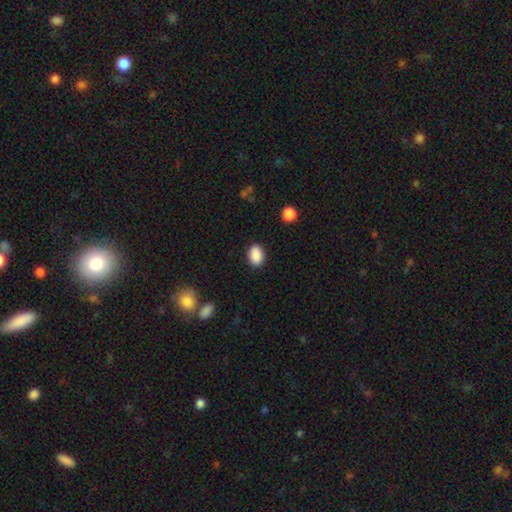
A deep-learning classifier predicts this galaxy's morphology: type=smooth (89%); roundness=in between (81%); merging=none (87%).